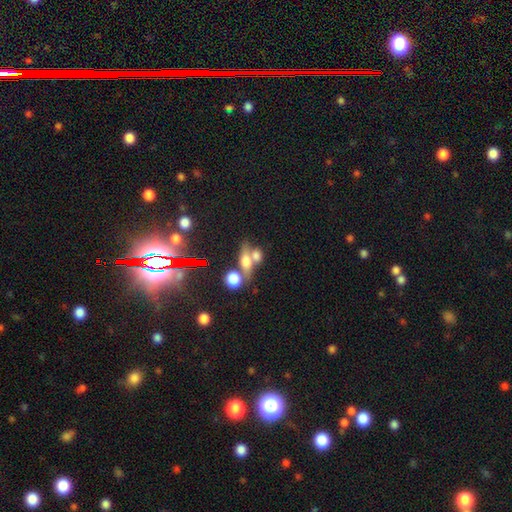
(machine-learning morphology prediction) This appears to be a star or artifact, not a galaxy (79%).